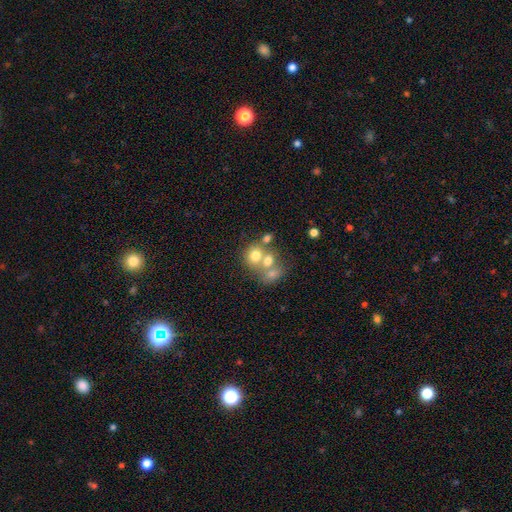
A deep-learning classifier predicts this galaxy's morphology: Smooth or featured? Predicted: smooth (p=0.66). How rounded? Predicted: round (p=0.71). Merging? Predicted: merger (p=0.53).